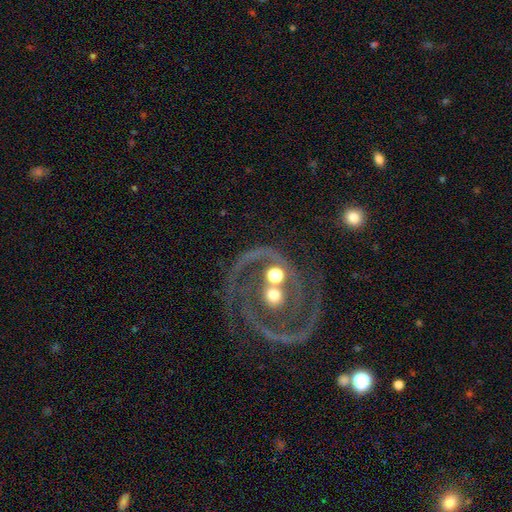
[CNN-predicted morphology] This is clearly a featured or disk galaxy (83%). It is clearly not viewed edge-on (97%). Bar: possibly no (53%). Spiral arm pattern: clearly yes (86%). Spiral arm count: likely 2 (69%). Spiral winding: marginally medium (42%). Central bulge: likely moderate (66%). Merging: possibly none (50%).